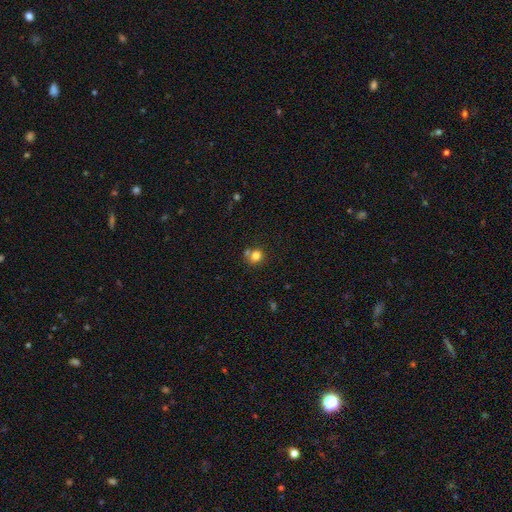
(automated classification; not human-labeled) This appears to be a smooth galaxy with no disk features (80%) that is round (85%). Merging: none (64%).